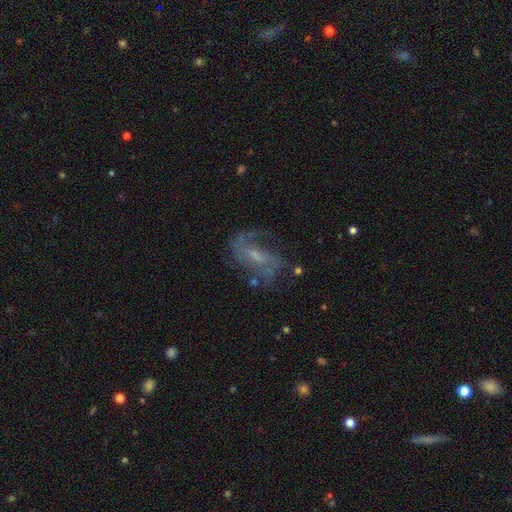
Q: Smooth or featured?
A: featured or disk (79%); runner-up: smooth (16%)
Q: Edge-on disk?
A: no (97%); runner-up: yes (3%)
Q: Bar?
A: weak (45%); runner-up: strong (41%)
Q: Spiral arms?
A: yes (100%)
Q: Spiral winding?
A: loose (66%); runner-up: medium (31%)
Q: Spiral arm count?
A: 2 (79%); runner-up: 1 (14%)
Q: Bulge size?
A: small (52%); runner-up: moderate (28%)
Q: Merging?
A: none (42%); runner-up: major disturbance (28%)